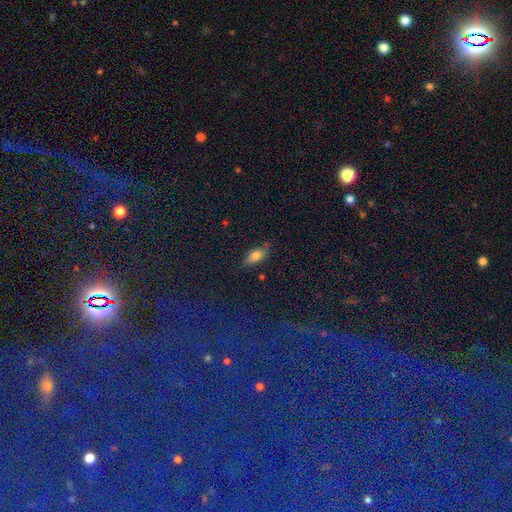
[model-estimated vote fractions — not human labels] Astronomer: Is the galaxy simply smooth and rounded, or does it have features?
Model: smooth — 71%.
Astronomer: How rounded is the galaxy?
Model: in between — 81%.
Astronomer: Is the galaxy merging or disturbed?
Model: none — 75%.